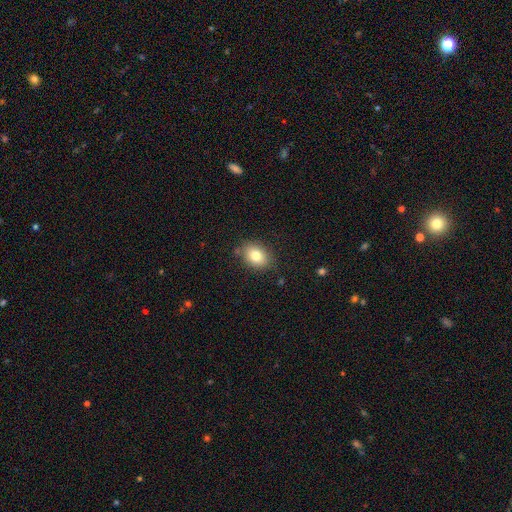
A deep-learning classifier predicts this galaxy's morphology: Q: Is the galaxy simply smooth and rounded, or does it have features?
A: smooth — 80%.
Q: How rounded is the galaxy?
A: in between — 68%.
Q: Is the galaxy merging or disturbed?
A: none — 82%.